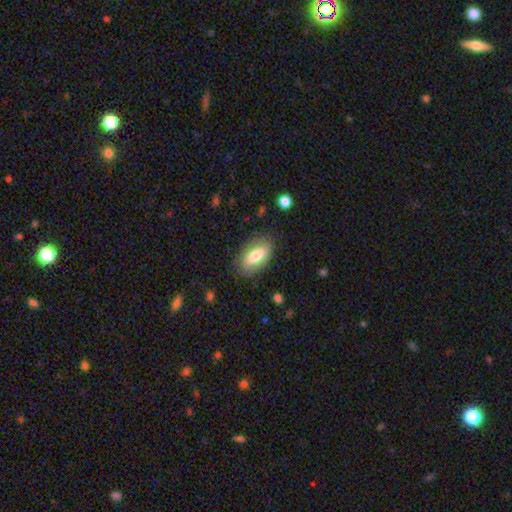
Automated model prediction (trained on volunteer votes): A smooth galaxy with no disk features (75%) that is in between round and cigar-shaped (90%).

Vote fractions:
- Smooth or featured? smooth: 75% / featured or disk: 19% / star or artifact: 6%
- How rounded? in between: 90% / cigar-shaped: 7% / round: 3%
- Merging? none: 81% / minor disturbance: 14% / major disturbance: 4% / merger: 1%